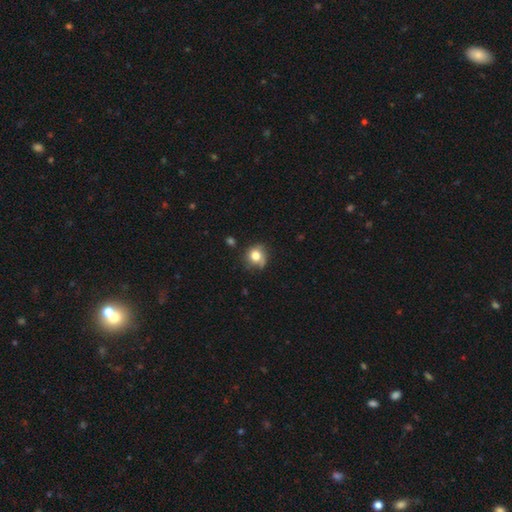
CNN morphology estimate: Smooth or featured: smooth — 77% (featured or disk — 12%)
How rounded: round — 83% (in between — 16%)
Merging: none — 63% (minor disturbance — 25%)